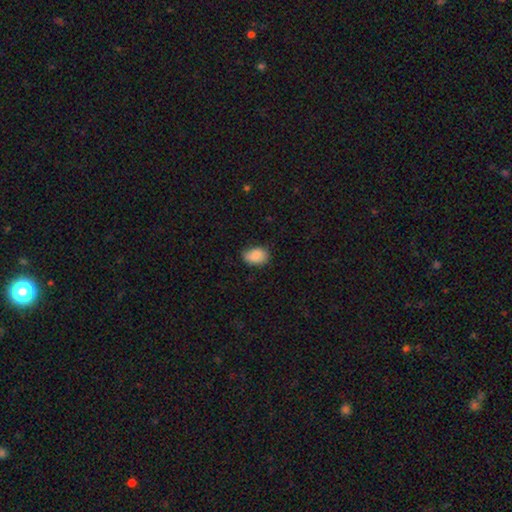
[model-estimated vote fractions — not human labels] This appears to be a smooth galaxy with no disk features (85%) that is in between round and cigar-shaped (79%). Merging: none (72%).